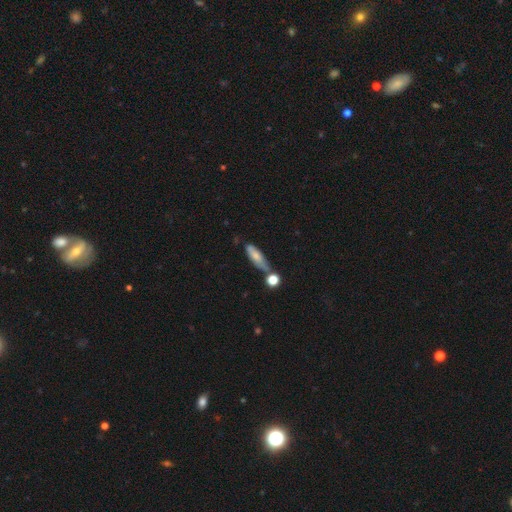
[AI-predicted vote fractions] smooth 69%, featured or disk 23%, star or artifact 8%. Down the decision tree: how rounded — cigar-shaped (53%); merging — none (50%).